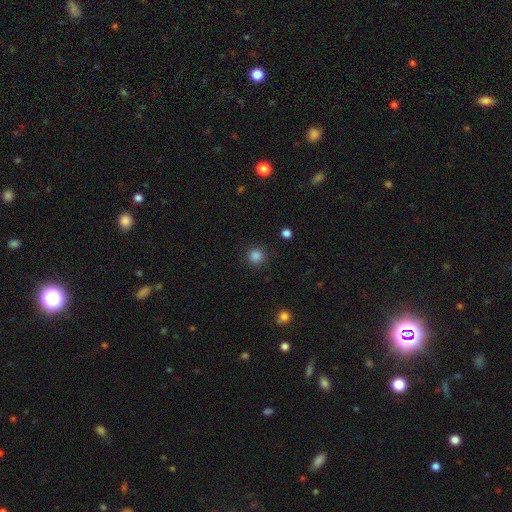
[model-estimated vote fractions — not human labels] Smooth or featured?
  - smooth: 85% *
  - star or artifact: 12%
  - featured or disk: 3%
How rounded?
  - round: 94% *
  - in between: 5%
  - cigar-shaped: 1%
Merging?
  - none: 90% *
  - minor disturbance: 6%
  - major disturbance: 3%
  - merger: 1%